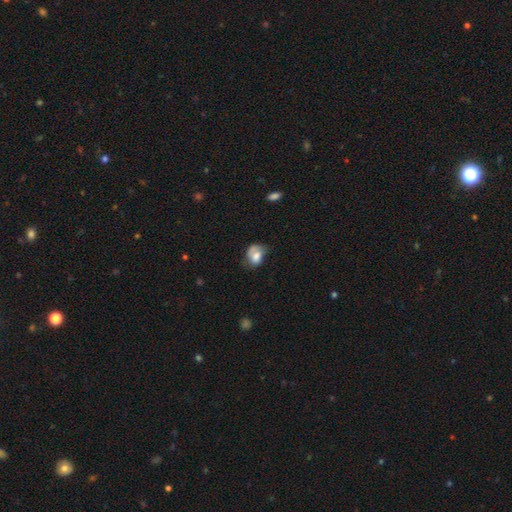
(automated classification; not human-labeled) Smooth or featured? Predicted: smooth (p=0.65). How rounded? Predicted: in between (p=0.63). Merging? Predicted: none (p=0.31, tied with minor disturbance).